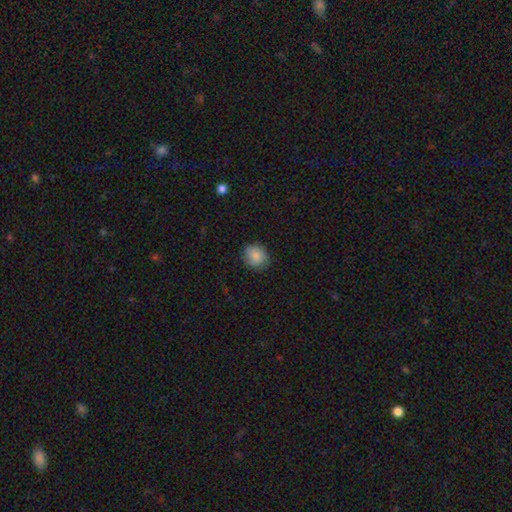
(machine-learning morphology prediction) This appears to be a smooth galaxy with no disk features (87%) that is round (79%). Merging: none (86%).